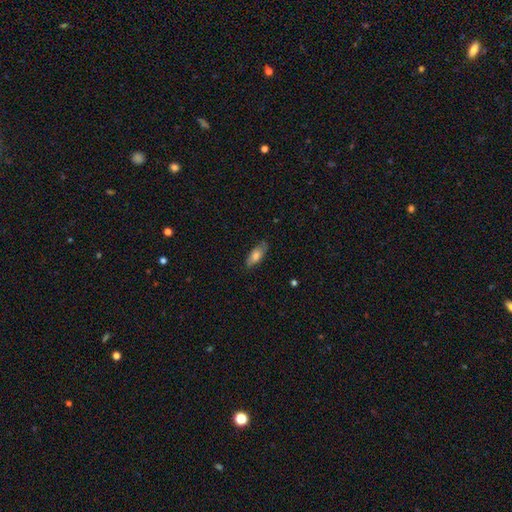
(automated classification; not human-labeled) smooth-or-featured: smooth: 76% | featured or disk: 18% | star or artifact: 7%
  how-rounded: in between: 79% | cigar-shaped: 19% | round: 2%
  merging: none: 77% | minor disturbance: 18% | major disturbance: 4% | merger: 1%